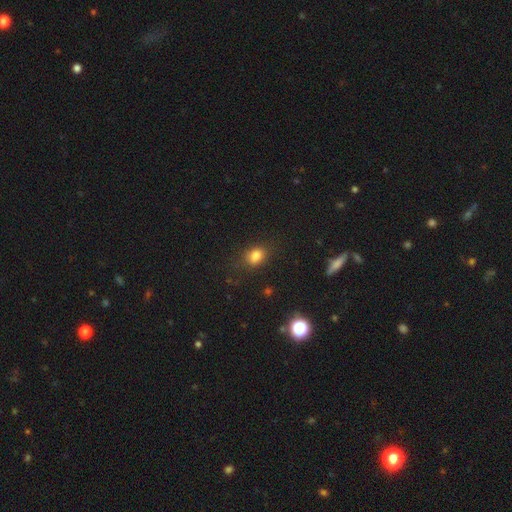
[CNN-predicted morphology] Overall: smooth (80%). How rounded: in between (63%; round 36%). Merging: none (77%).